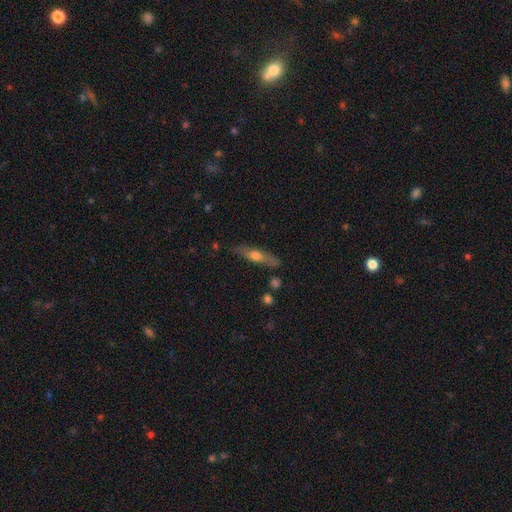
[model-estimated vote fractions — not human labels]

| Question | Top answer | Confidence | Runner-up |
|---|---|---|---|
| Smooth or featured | smooth | 49% | featured or disk (45%) |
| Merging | none | 80% | minor disturbance (14%) |